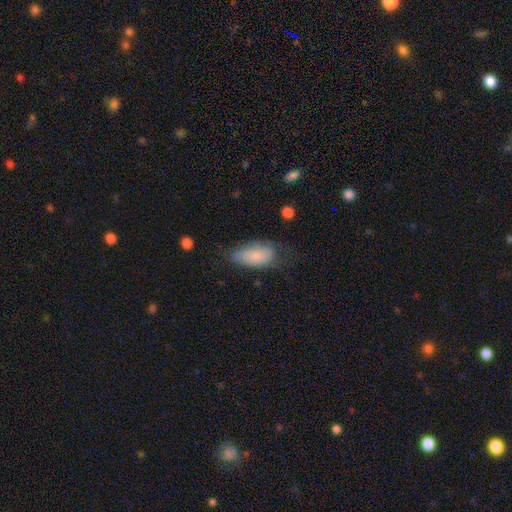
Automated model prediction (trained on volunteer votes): smooth 79%, featured or disk 15%, star or artifact 7%. Down the decision tree: how rounded — in between (92%); merging — none (48%).